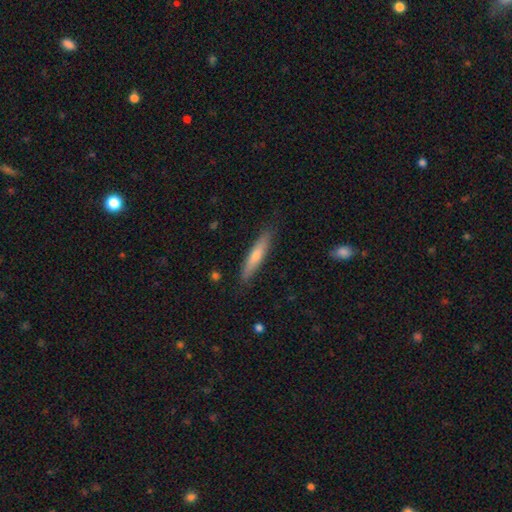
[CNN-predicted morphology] Smooth or featured? smooth (60%)
How rounded? cigar-shaped (89%)
Merging? none (86%)